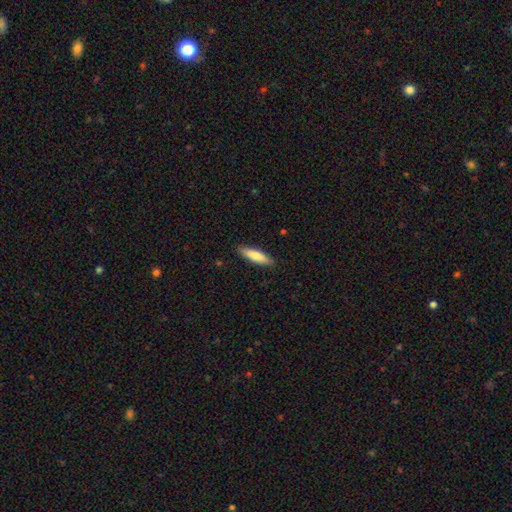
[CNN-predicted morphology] smooth_or_featured: smooth (p=0.78) [alt: featured or disk p=0.16]
how_rounded: cigar-shaped (p=0.64) [alt: in between p=0.35]
merging: none (p=0.89) [alt: minor disturbance p=0.09]